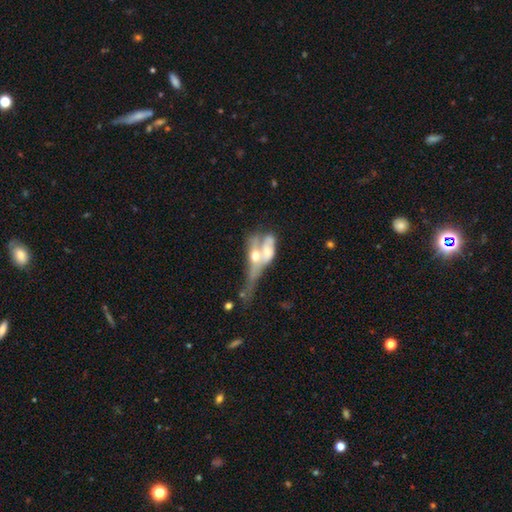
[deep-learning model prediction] This appears to be a featured or disk galaxy (54%). Merging: merger (67%).